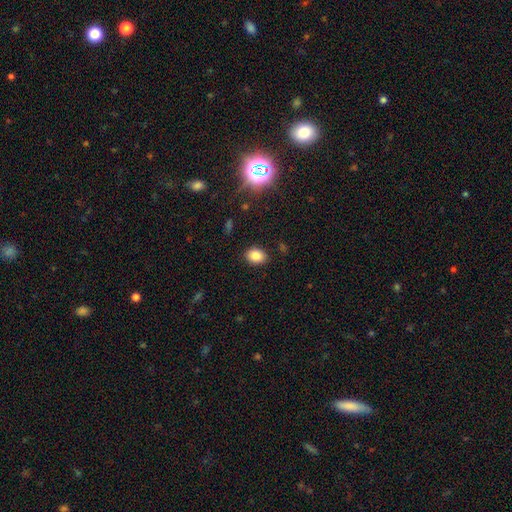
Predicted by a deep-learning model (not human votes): The model was most divided on "how rounded": in between: 60%, round: 39%, cigar-shaped: 1%. More confident: merging — none (88%); smooth or featured — smooth (83%).